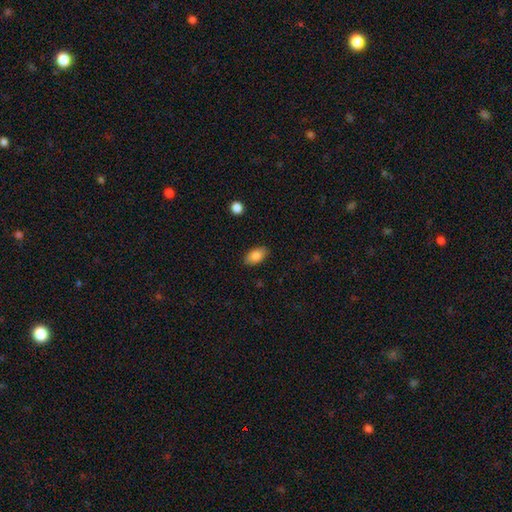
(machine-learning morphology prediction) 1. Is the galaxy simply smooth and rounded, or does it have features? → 85% smooth, 7% featured or disk, 7% star or artifact.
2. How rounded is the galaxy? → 92% in between, 5% round, 3% cigar-shaped.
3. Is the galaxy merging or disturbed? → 87% none, 10% minor disturbance, 2% major disturbance, 1% merger.